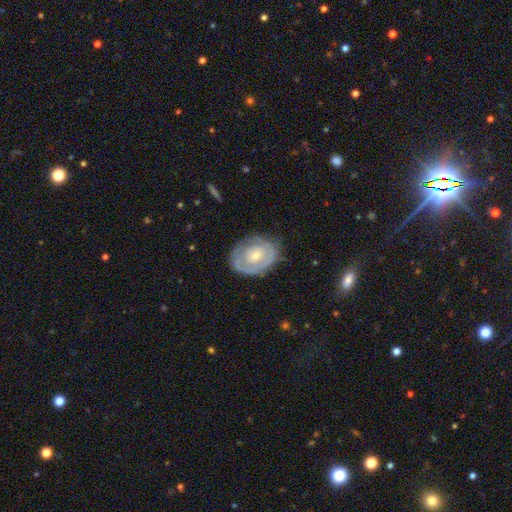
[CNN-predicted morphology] Smooth or featured: featured or disk — 67% (smooth — 27%)
Edge-on disk: no — 96% (yes — 4%)
Bar: no — 77% (weak — 19%)
Spiral arms: yes — 63% (no — 37%)
Bulge size: small — 48% (moderate — 45%)
Merging: none — 73% (minor disturbance — 19%)